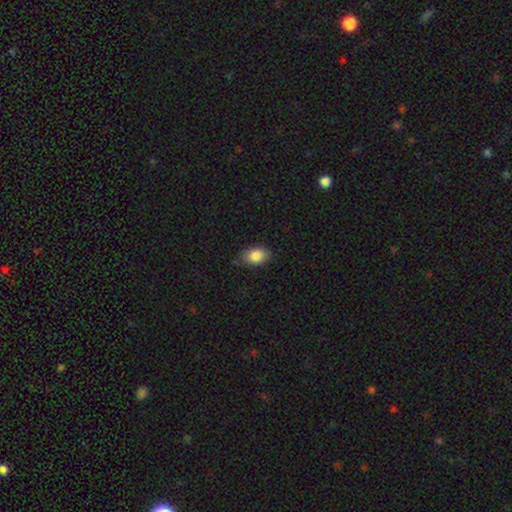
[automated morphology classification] The model was most divided on "merging": none: 72%, minor disturbance: 23%, major disturbance: 4%, merger: 1%. More confident: smooth or featured — smooth (85%); how rounded — in between (84%).